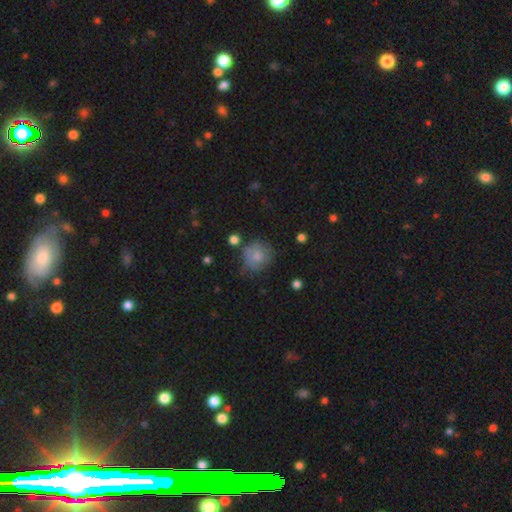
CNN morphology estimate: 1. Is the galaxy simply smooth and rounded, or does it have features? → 76% smooth, 15% featured or disk, 9% star or artifact.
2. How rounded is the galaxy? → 85% round, 14% in between, 1% cigar-shaped.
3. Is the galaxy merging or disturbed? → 58% none, 26% minor disturbance, 11% major disturbance, 5% merger.